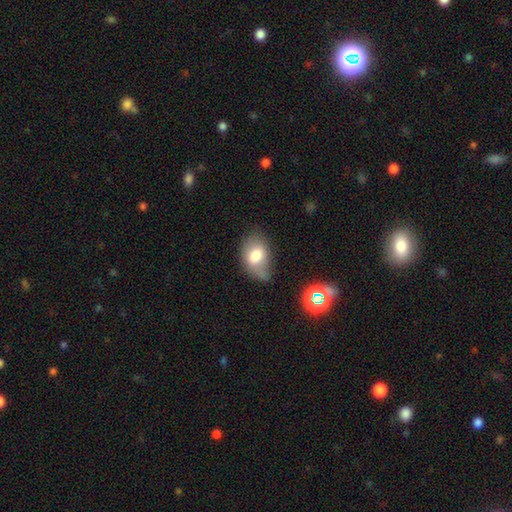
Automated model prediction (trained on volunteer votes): The model was most divided on "merging": none: 48%, minor disturbance: 33%, major disturbance: 12%, merger: 7%. More confident: how rounded — in between (86%); smooth or featured — smooth (75%).